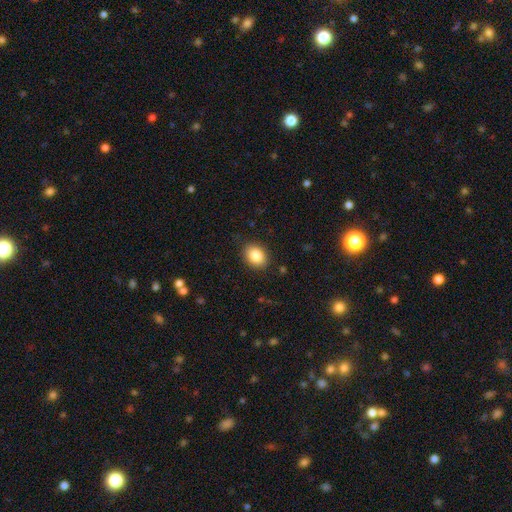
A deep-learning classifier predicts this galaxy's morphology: Q: Smooth or featured?
A: smooth (85%); runner-up: star or artifact (8%)
Q: How rounded?
A: in between (60%); runner-up: round (39%)
Q: Merging?
A: none (87%); runner-up: minor disturbance (9%)